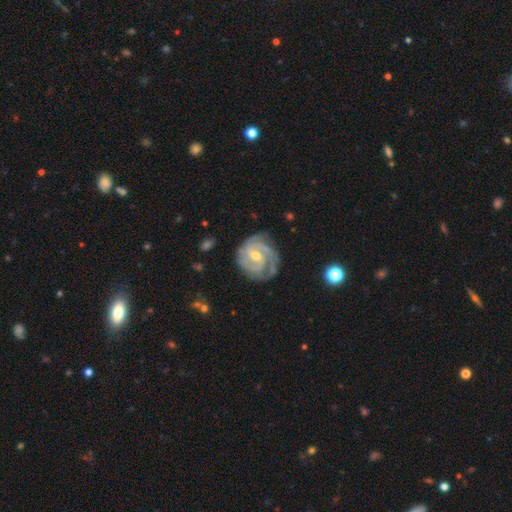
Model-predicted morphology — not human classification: Smooth or featured: featured or disk — 92% (star or artifact — 4%)
Edge-on disk: no — 98% (yes — 2%)
Bar: weak — 50% (no — 28%)
Spiral arms: yes — 98% (no — 2%)
Spiral winding: tight — 69% (medium — 27%)
Spiral arm count: 3 — 40% (2 — 34%)
Bulge size: small — 51% (moderate — 46%)
Merging: none — 73% (minor disturbance — 19%)